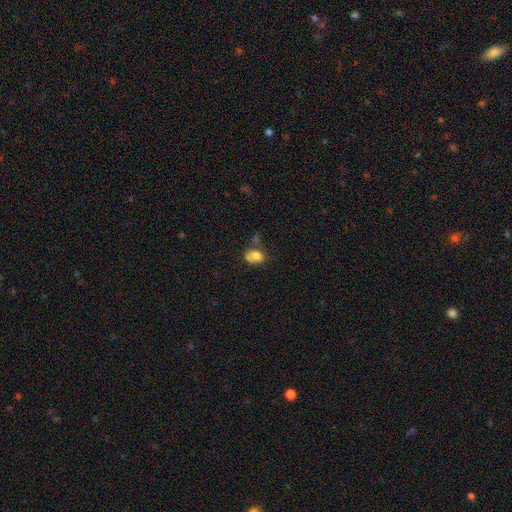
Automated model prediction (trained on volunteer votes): Smooth or featured? Predicted: smooth (p=0.71). How rounded? Predicted: in between (p=0.64). Merging? Predicted: none (p=0.34).